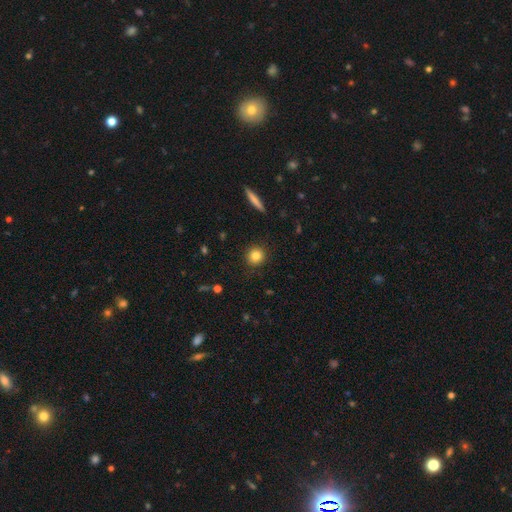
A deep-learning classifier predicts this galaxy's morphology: Smooth or featured? Predicted: smooth (p=0.83). How rounded? Predicted: round (p=0.91). Merging? Predicted: none (p=0.90).